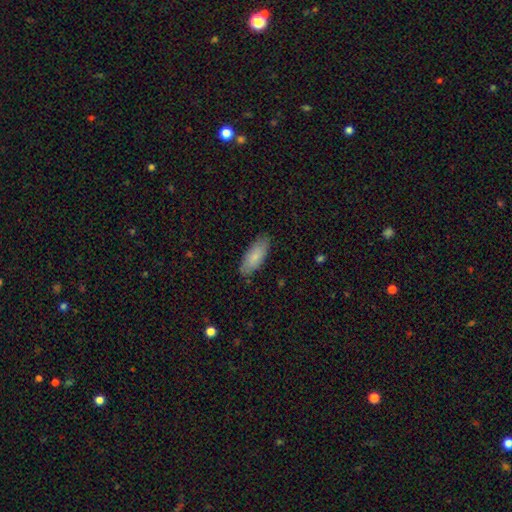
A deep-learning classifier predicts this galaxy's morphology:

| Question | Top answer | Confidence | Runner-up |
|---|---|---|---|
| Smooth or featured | smooth | 82% | featured or disk (12%) |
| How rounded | in between | 77% | cigar-shaped (21%) |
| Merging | none | 84% | minor disturbance (13%) |